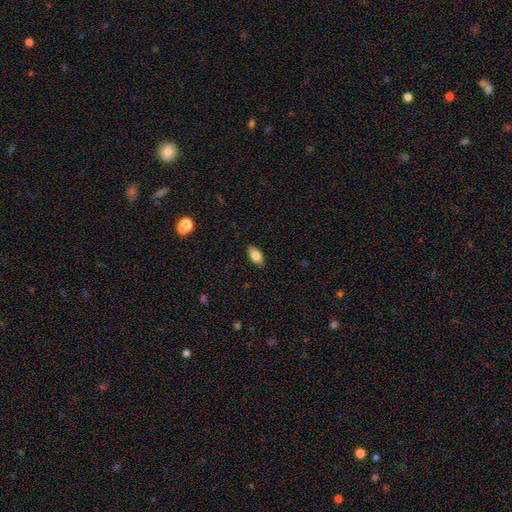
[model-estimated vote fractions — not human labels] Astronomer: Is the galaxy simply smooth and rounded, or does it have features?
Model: smooth — 82%.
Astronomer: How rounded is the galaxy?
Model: in between — 91%.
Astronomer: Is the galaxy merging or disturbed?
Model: none — 88%.